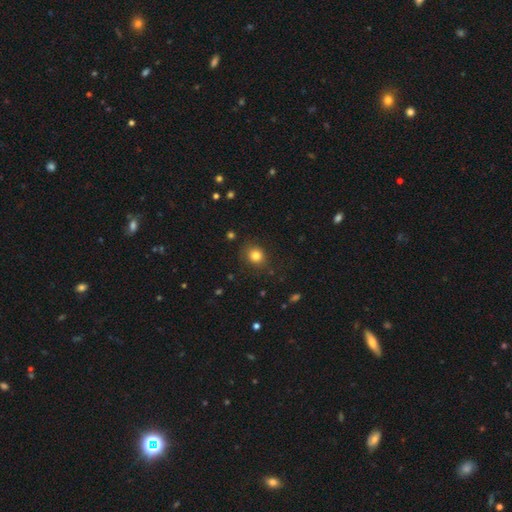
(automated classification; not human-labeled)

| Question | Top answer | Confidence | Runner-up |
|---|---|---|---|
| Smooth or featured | smooth | 81% | star or artifact (12%) |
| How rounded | round | 74% | in between (25%) |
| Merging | none | 83% | minor disturbance (12%) |